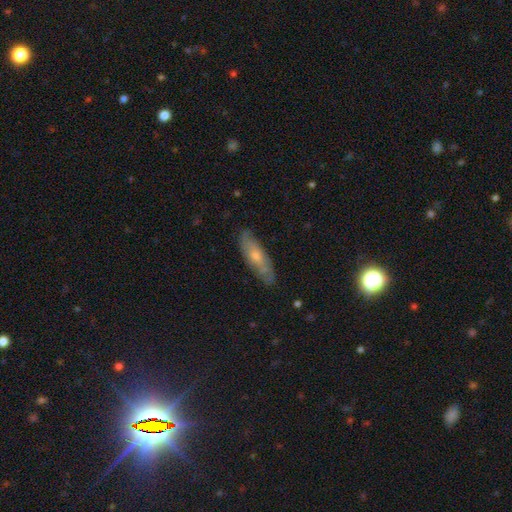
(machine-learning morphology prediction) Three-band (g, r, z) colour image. It shows a featured or disk galaxy (49%). Merging: none (81%).